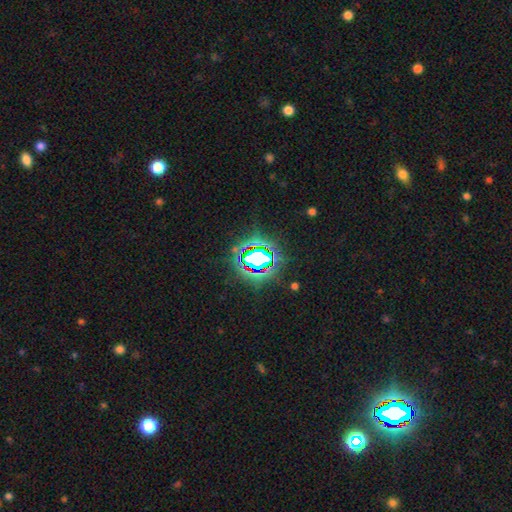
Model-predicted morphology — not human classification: Overall: star or artifact (73%).